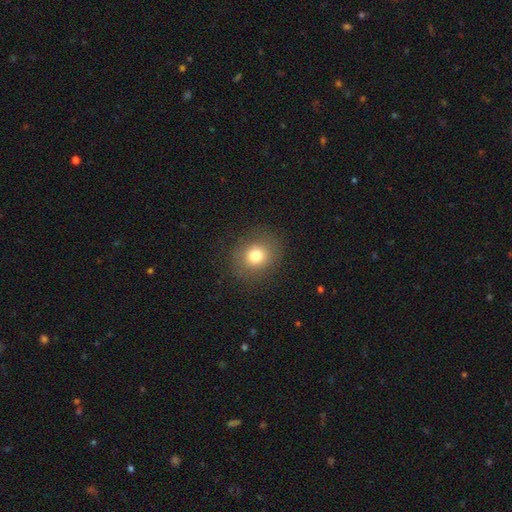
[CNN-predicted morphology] Smooth or featured: smooth — 77% (star or artifact — 12%)
How rounded: round — 77% (in between — 22%)
Merging: none — 86% (minor disturbance — 9%)